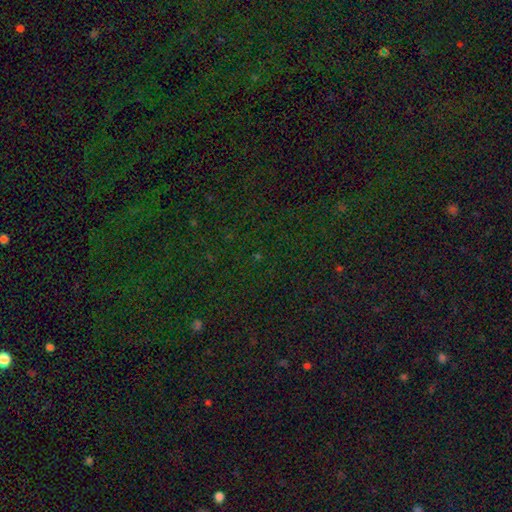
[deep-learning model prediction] Smooth or featured? Predicted: star or artifact (p=0.84).